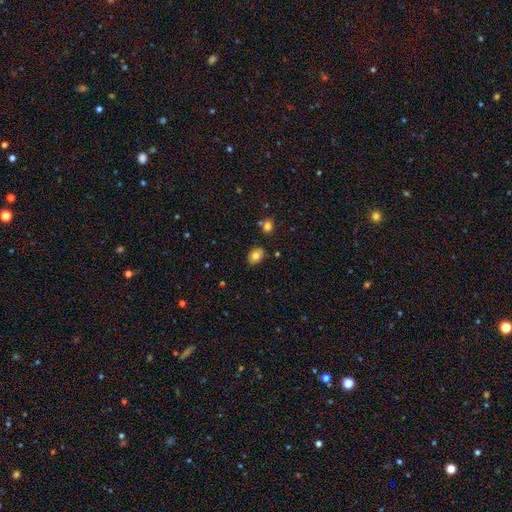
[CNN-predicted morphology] Smooth or featured: smooth — 79% (featured or disk — 11%)
How rounded: in between — 80% (round — 19%)
Merging: none — 82% (minor disturbance — 12%)